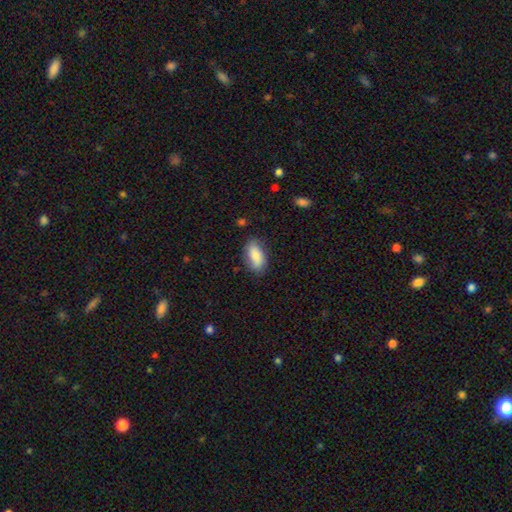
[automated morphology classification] The model was most divided on "merging": none: 79%, minor disturbance: 16%, major disturbance: 3%, merger: 2%. More confident: how rounded — in between (90%); smooth or featured — smooth (82%).